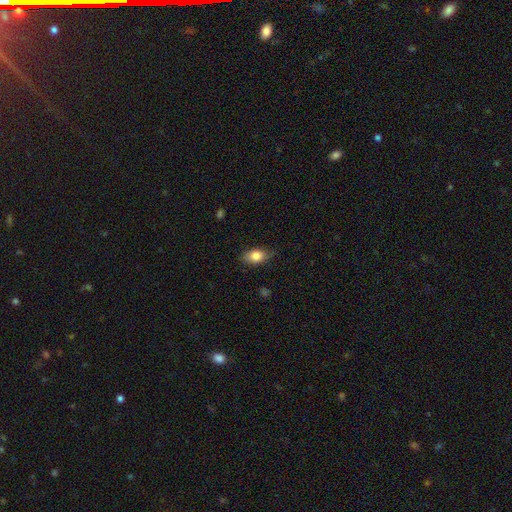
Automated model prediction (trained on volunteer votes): The model was most divided on "merging": none: 75%, minor disturbance: 21%, major disturbance: 3%, merger: 1%. More confident: how rounded — in between (86%); smooth or featured — smooth (81%).